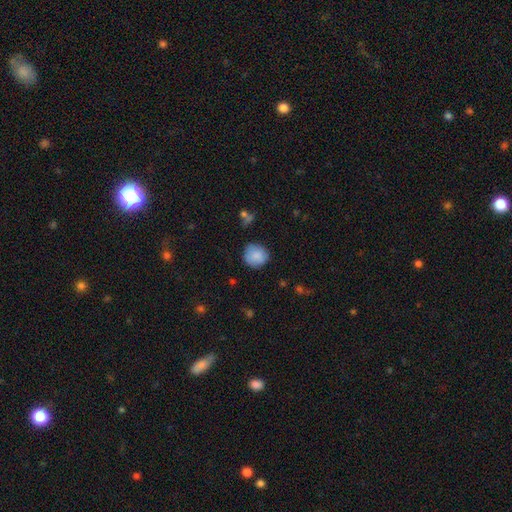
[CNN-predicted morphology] smooth_or_featured: smooth (p=0.86) [alt: star or artifact p=0.07]
how_rounded: round (p=0.90) [alt: in between p=0.09]
merging: none (p=0.78) [alt: minor disturbance p=0.17]